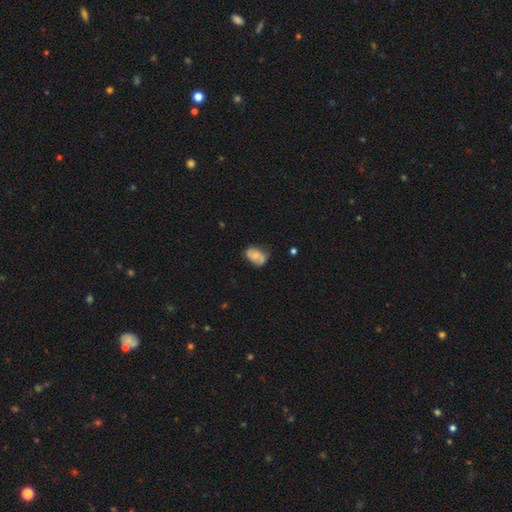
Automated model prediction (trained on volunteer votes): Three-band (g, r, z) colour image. It shows a smooth galaxy with no disk features (52%) that is in between round and cigar-shaped (86%). Merging: none (54%).